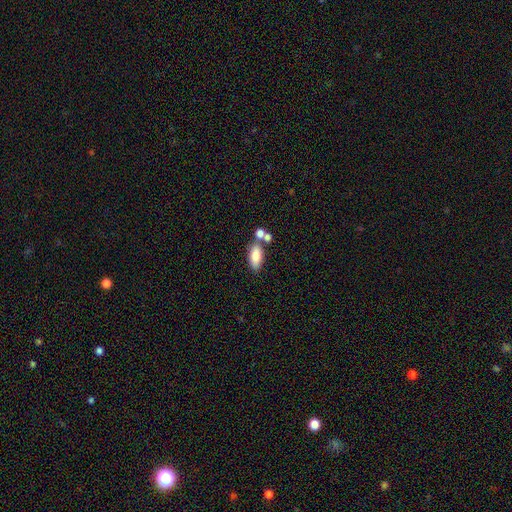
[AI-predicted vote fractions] This is clearly a smooth galaxy (82%). How rounded: clearly in between (86%). Merging: possibly none (58%).